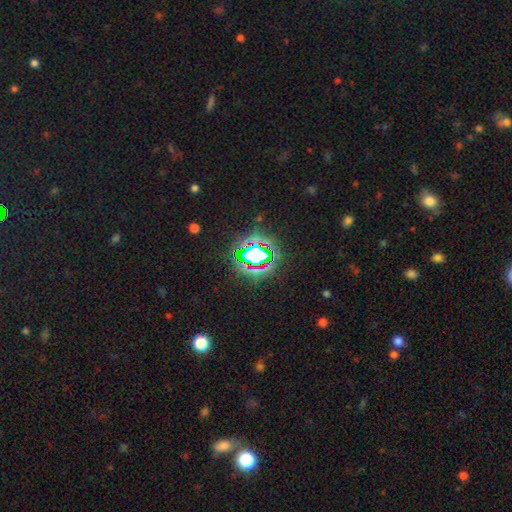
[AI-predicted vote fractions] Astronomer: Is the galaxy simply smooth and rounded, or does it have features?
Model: star or artifact — 70%.